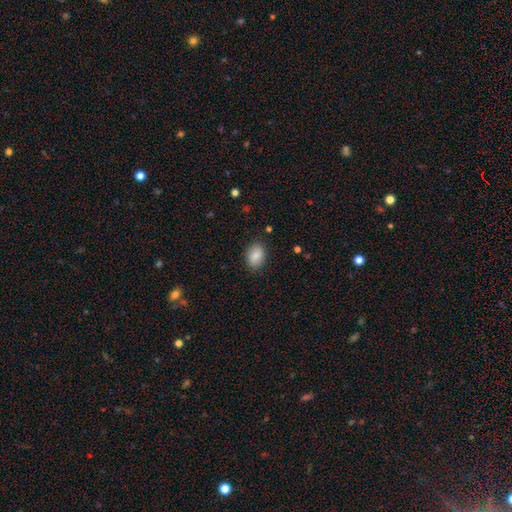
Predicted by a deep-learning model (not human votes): A smooth galaxy with no disk features (86%) that is in between round and cigar-shaped (81%).

Vote fractions:
- Smooth or featured? smooth: 86% / star or artifact: 7% / featured or disk: 7%
- How rounded? in between: 81% / round: 18% / cigar-shaped: 1%
- Merging? none: 86% / minor disturbance: 10% / major disturbance: 3% / merger: 1%